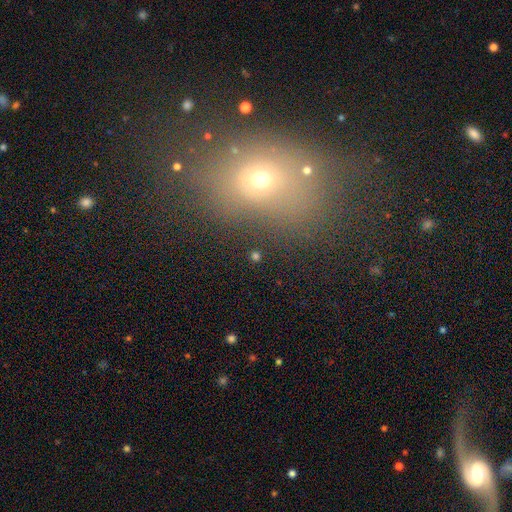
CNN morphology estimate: Q: Smooth or featured?
A: smooth (51%); runner-up: star or artifact (34%)
Q: How rounded?
A: round (60%); runner-up: in between (36%)
Q: Merging?
A: none (79%); runner-up: minor disturbance (9%)